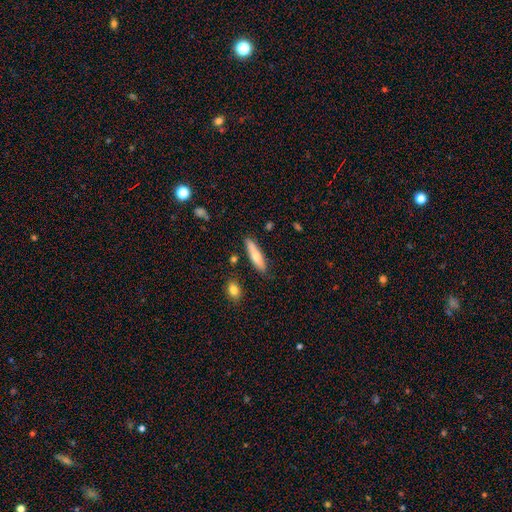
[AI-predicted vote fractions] Smooth or featured? smooth (70%)
How rounded? cigar-shaped (73%)
Merging? none (81%)